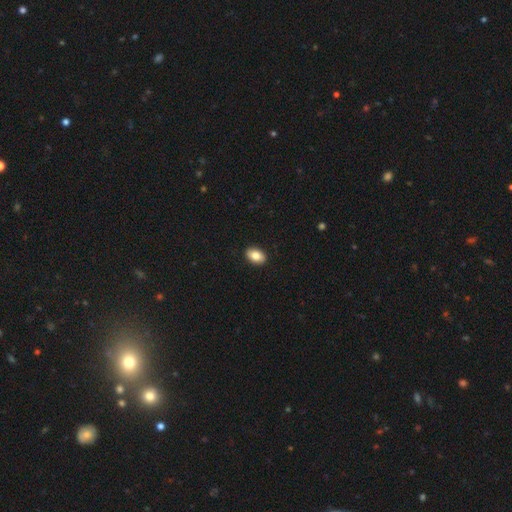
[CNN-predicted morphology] A smooth galaxy with no disk features (84%) that is in between round and cigar-shaped (88%). Merging: none (91%).